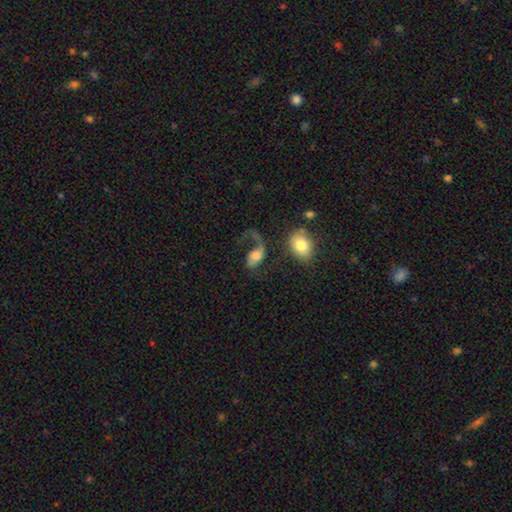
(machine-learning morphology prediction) Q: Smooth or featured?
A: featured or disk (56%); runner-up: smooth (36%)
Q: Edge-on disk?
A: no (96%); runner-up: yes (4%)
Q: Bar?
A: no (60%); runner-up: weak (29%)
Q: Spiral arms?
A: yes (80%); runner-up: no (20%)
Q: Bulge size?
A: moderate (48%); runner-up: small (21%)
Q: Merging?
A: major disturbance (48%); runner-up: none (28%)